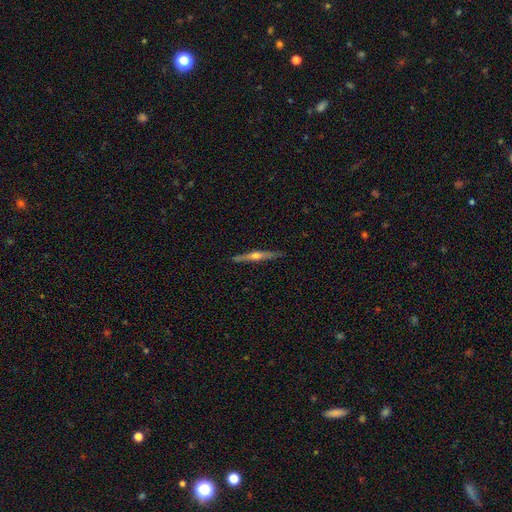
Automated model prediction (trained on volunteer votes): Smooth or featured? featured or disk (69%)
Edge-on disk? yes (97%)
Edge-on bulge? rounded (90%)
Merging? none (89%)